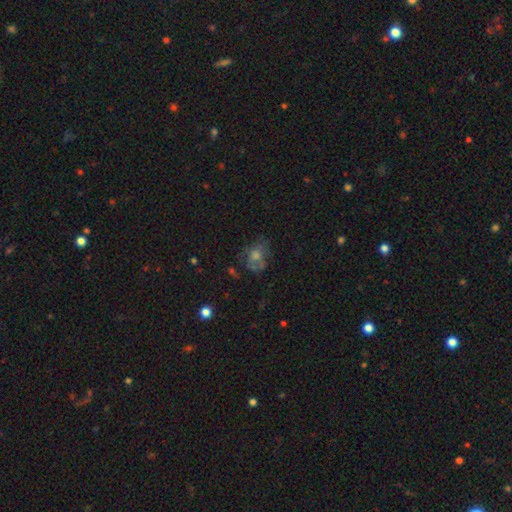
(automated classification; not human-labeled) Overall: featured or disk (41%; smooth 37%). Merging: none (56%; minor disturbance 22%).